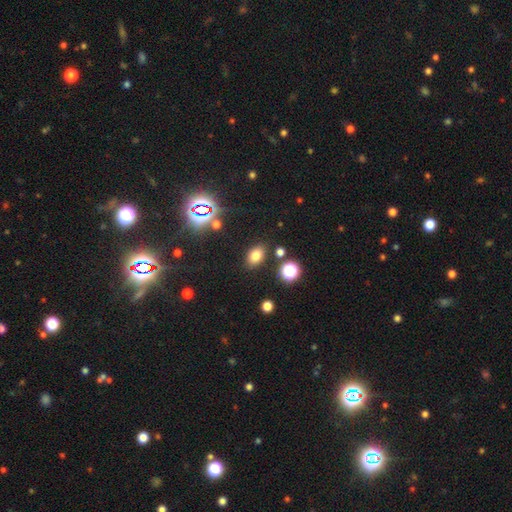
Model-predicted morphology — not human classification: Smooth or featured? smooth (72%)
How rounded? in between (80%)
Merging? none (84%)